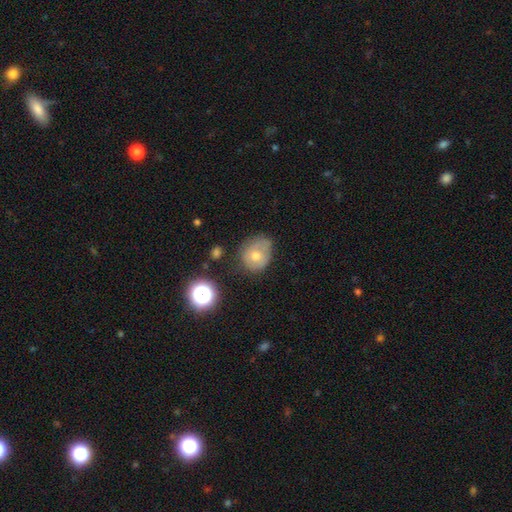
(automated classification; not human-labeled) smooth_or_featured: smooth (p=0.63) [alt: featured or disk p=0.26]
how_rounded: round (p=0.64) [alt: in between p=0.35]
merging: none (p=0.46) [alt: minor disturbance p=0.34]